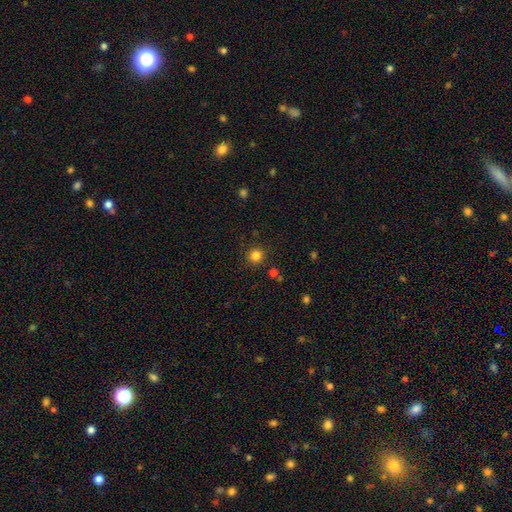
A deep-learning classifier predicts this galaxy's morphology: The model was most divided on "smooth or featured": smooth: 82%, star or artifact: 13%, featured or disk: 4%. More confident: how rounded — round (93%); merging — none (89%).